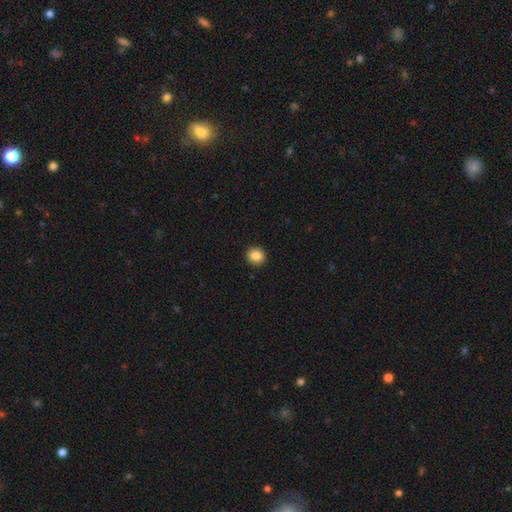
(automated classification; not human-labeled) Q: Smooth or featured?
A: smooth (87%); runner-up: star or artifact (9%)
Q: How rounded?
A: round (84%); runner-up: in between (15%)
Q: Merging?
A: none (92%); runner-up: minor disturbance (5%)